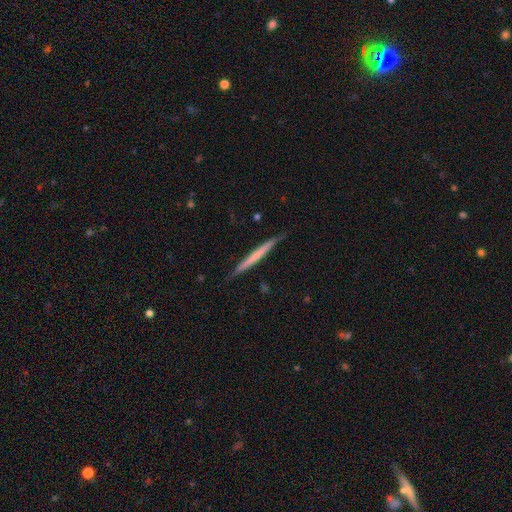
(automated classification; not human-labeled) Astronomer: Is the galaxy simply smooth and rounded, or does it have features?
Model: featured or disk — 48% (runner-up: smooth, 47%).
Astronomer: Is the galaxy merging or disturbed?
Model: none — 87%.